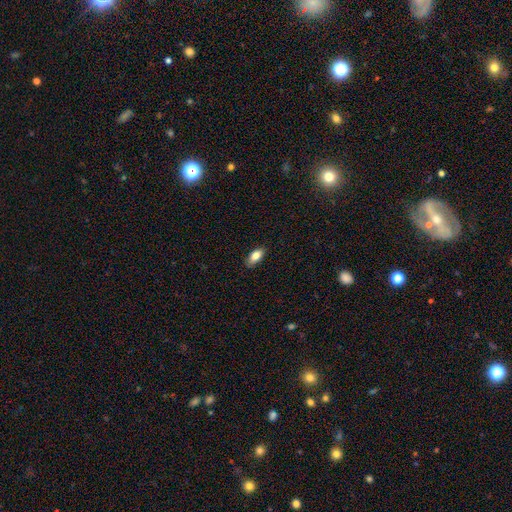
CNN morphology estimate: Smooth or featured?
  - smooth: 82% *
  - featured or disk: 11%
  - star or artifact: 7%
How rounded?
  - in between: 88% *
  - cigar-shaped: 8%
  - round: 4%
Merging?
  - none: 83% *
  - minor disturbance: 14%
  - major disturbance: 2%
  - merger: 1%